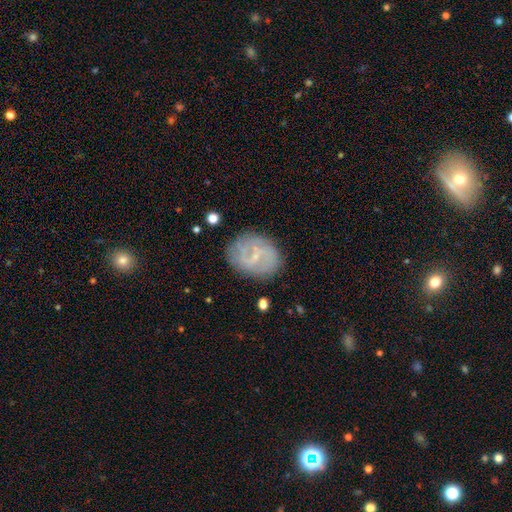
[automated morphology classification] This appears to be a featured or disk galaxy (67%) with a weak bar (55%), spiral arms (76%) and a small central bulge (71%). Merging: none (77%).